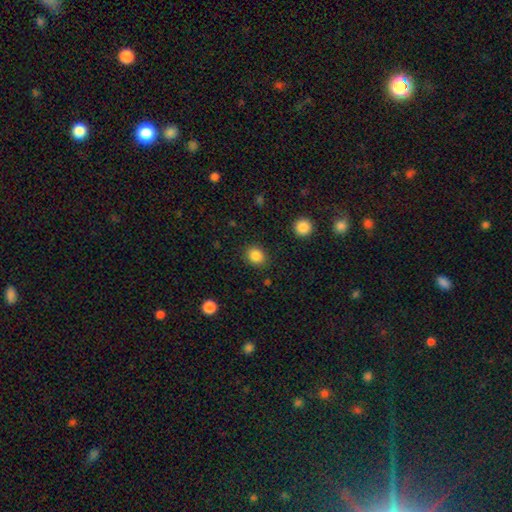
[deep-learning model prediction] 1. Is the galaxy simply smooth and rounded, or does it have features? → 86% smooth, 10% star or artifact, 4% featured or disk.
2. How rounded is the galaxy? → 70% round, 30% in between, 1% cigar-shaped.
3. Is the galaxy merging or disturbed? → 88% none, 8% minor disturbance, 3% major disturbance, 1% merger.